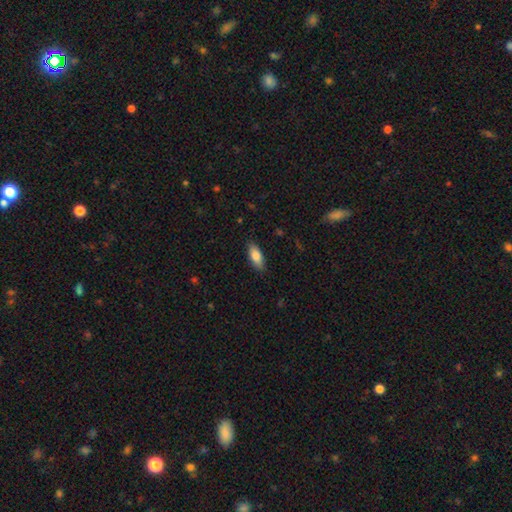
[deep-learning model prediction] Smooth or featured: smooth — 83% (featured or disk — 11%)
How rounded: in between — 82% (cigar-shaped — 16%)
Merging: none — 86% (minor disturbance — 11%)